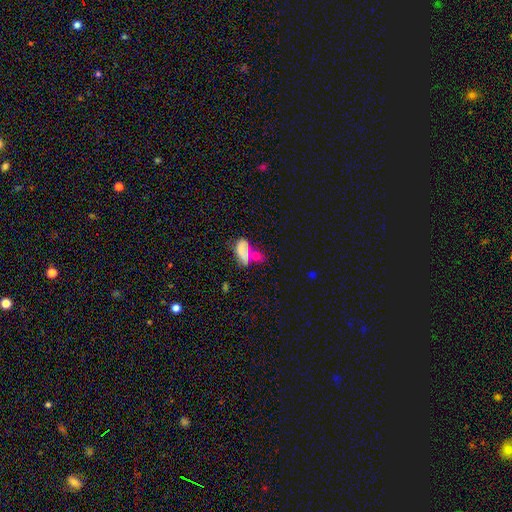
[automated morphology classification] Smooth or featured? Predicted: smooth (p=0.54). How rounded? Predicted: in between (p=0.64). Merging? Predicted: none (p=0.41).